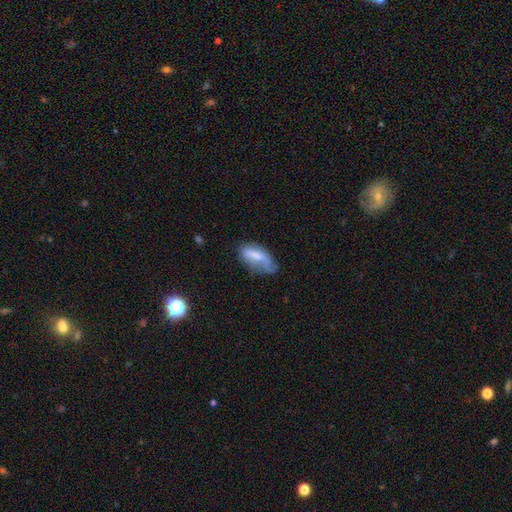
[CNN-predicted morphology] Overall: smooth (62%; featured or disk 30%). How rounded: in between (79%). Merging: minor disturbance (36%; none 35%).